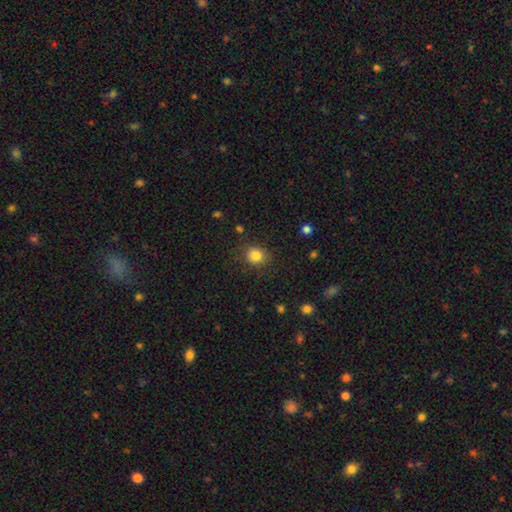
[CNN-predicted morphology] This appears to be a smooth galaxy with no disk features (83%) that is round (73%). Merging: none (83%).